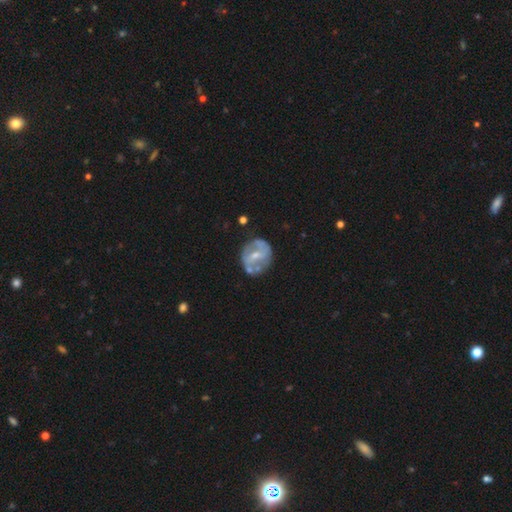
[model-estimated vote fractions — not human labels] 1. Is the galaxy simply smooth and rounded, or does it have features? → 67% featured or disk, 27% smooth, 6% star or artifact.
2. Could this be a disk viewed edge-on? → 96% no, 4% yes.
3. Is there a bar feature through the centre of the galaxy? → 43% weak, 29% strong, 28% no.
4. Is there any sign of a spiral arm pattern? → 53% yes, 47% no.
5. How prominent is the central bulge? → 51% small, 43% moderate, 3% none, 2% large, 1% dominant.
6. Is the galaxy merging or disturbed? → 60% none, 21% minor disturbance, 10% merger, 9% major disturbance.